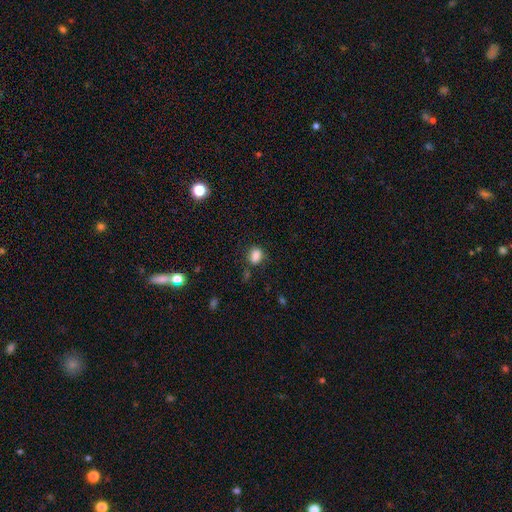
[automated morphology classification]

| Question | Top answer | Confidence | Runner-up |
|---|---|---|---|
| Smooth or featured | smooth | 84% | star or artifact (11%) |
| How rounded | in between | 59% | round (40%) |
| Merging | none | 67% | minor disturbance (21%) |